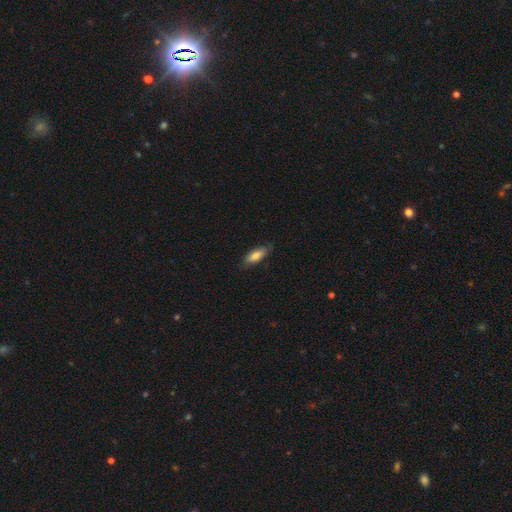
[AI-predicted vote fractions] Q: Smooth or featured?
A: smooth (75%); runner-up: featured or disk (19%)
Q: How rounded?
A: in between (65%); runner-up: cigar-shaped (33%)
Q: Merging?
A: none (78%); runner-up: minor disturbance (18%)